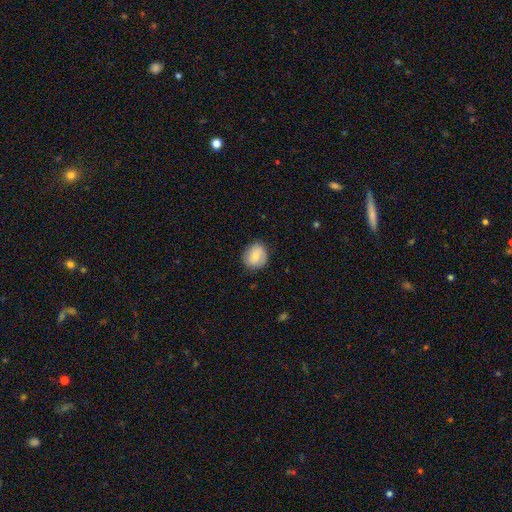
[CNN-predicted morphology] type=smooth (70%); roundness=round (76%); merging=none (83%).